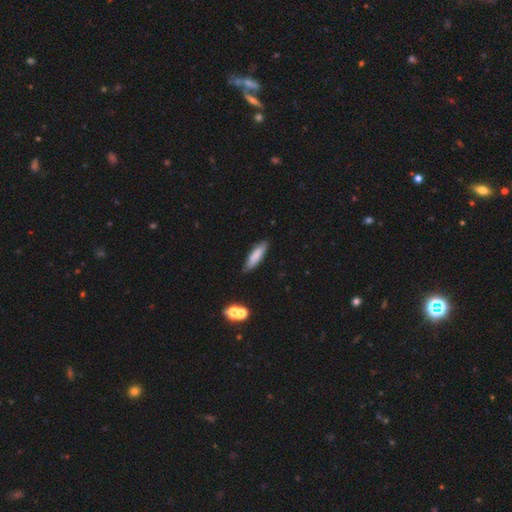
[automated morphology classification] smooth 81%, featured or disk 11%, star or artifact 7%. Down the decision tree: how rounded — cigar-shaped (66%); merging — none (85%).